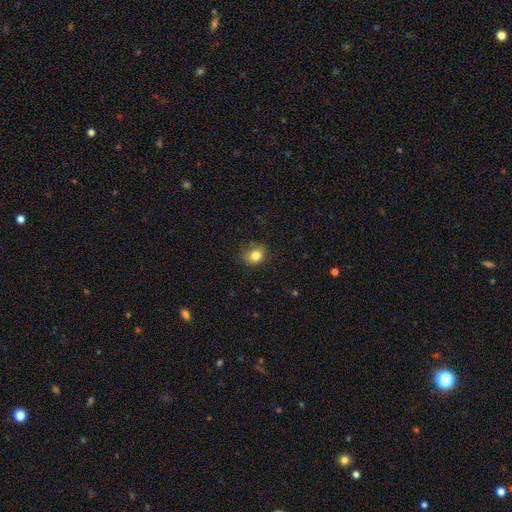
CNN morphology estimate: Smooth or featured? smooth (82%)
How rounded? round (60%)
Merging? none (74%)